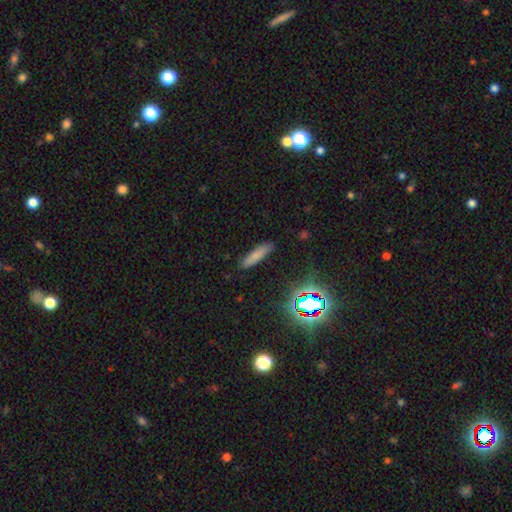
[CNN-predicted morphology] Smooth or featured?
  - smooth: 74% *
  - star or artifact: 14%
  - featured or disk: 12%
How rounded?
  - cigar-shaped: 76% *
  - in between: 22%
  - round: 2%
Merging?
  - none: 87% *
  - minor disturbance: 10%
  - major disturbance: 2%
  - merger: 2%